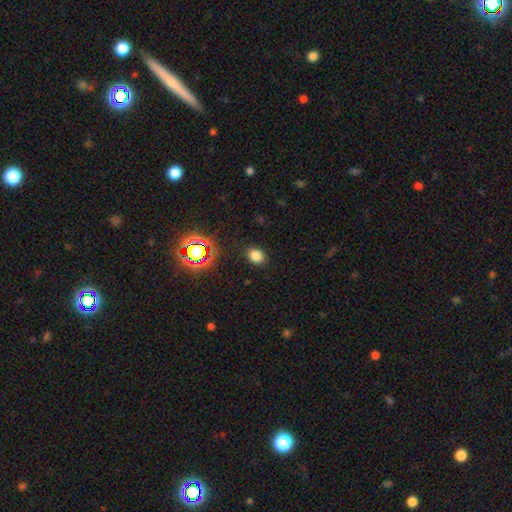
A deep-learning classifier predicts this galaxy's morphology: A smooth galaxy with no disk features (78%) that is in between round and cigar-shaped (60%).

Vote fractions:
- Smooth or featured? smooth: 78% / star or artifact: 16% / featured or disk: 5%
- How rounded? in between: 60% / round: 39% / cigar-shaped: 1%
- Merging? none: 87% / minor disturbance: 9% / major disturbance: 3% / merger: 1%